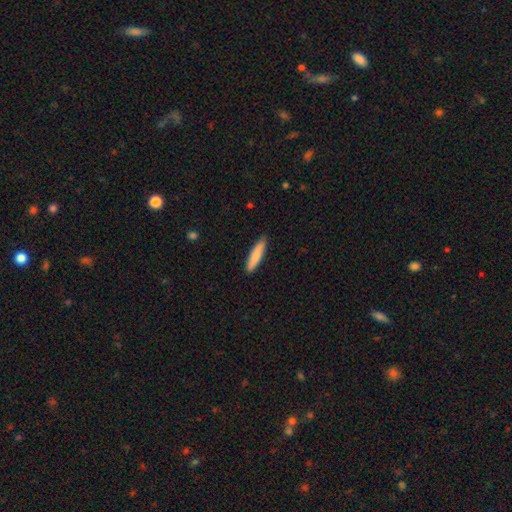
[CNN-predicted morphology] type=smooth (84%); roundness=cigar-shaped (83%); merging=none (87%).